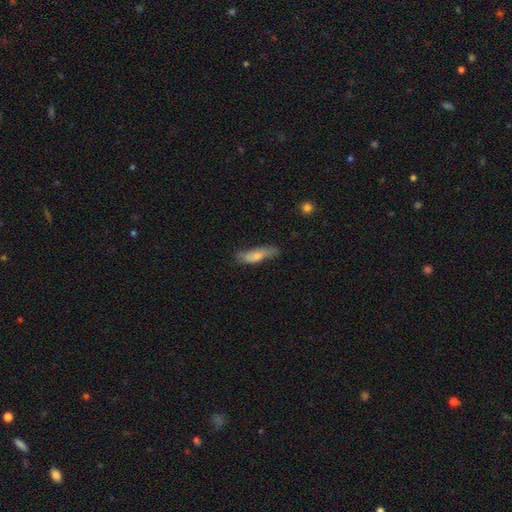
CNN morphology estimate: smooth_or_featured: smooth (p=0.69) [alt: featured or disk p=0.24]
how_rounded: cigar-shaped (p=0.53) [alt: in between p=0.45]
merging: none (p=0.55) [alt: minor disturbance p=0.32]